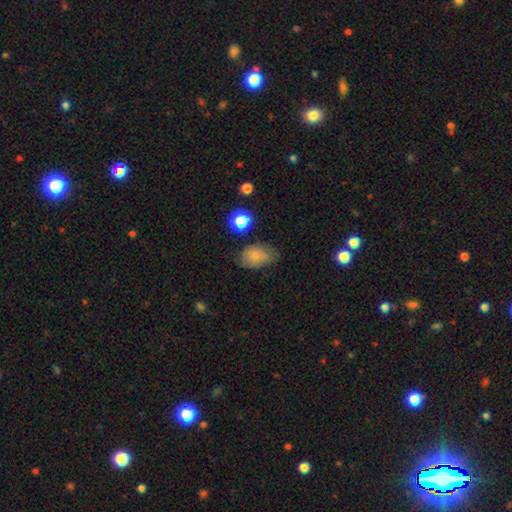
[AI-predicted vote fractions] Smooth or featured? Predicted: smooth (p=0.79). How rounded? Predicted: in between (p=0.82). Merging? Predicted: none (p=0.56).